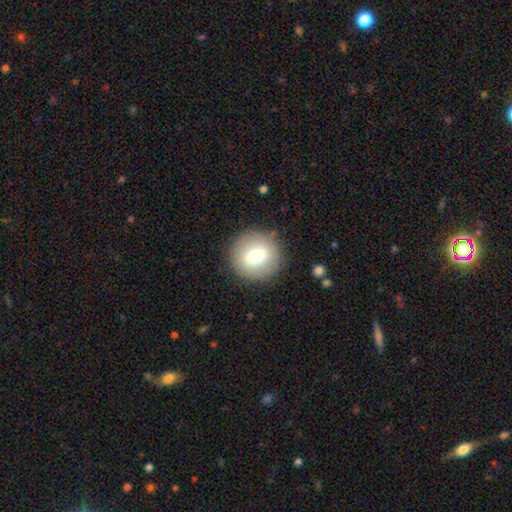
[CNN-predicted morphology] The model was most divided on "smooth or featured": smooth: 67%, featured or disk: 24%, star or artifact: 9%. More confident: how rounded — round (92%); merging — none (88%).